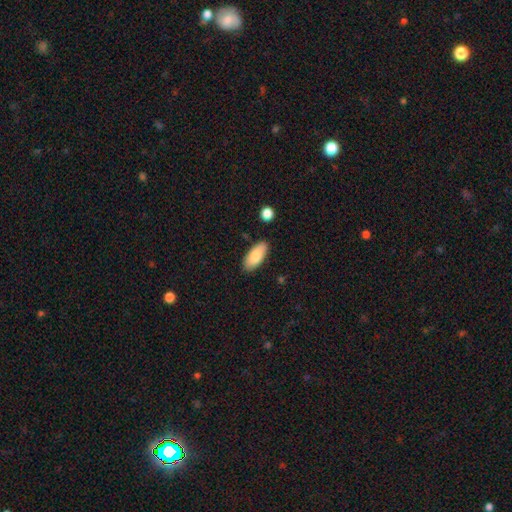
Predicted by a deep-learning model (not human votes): Smooth or featured? smooth (82%)
How rounded? in between (89%)
Merging? none (85%)